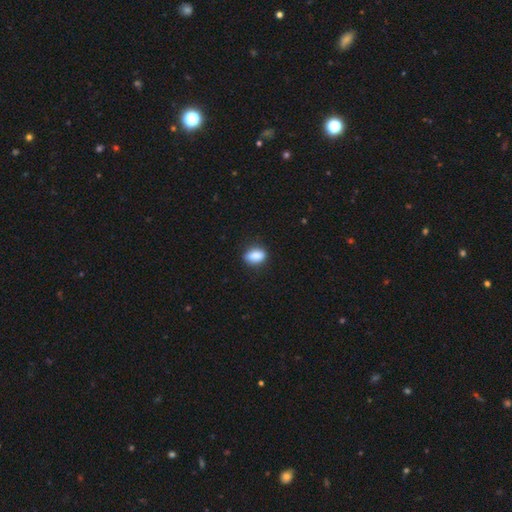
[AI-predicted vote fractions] Smooth or featured?
  - smooth: 87% *
  - star or artifact: 8%
  - featured or disk: 5%
How rounded?
  - in between: 82% *
  - round: 13%
  - cigar-shaped: 5%
Merging?
  - none: 84% *
  - minor disturbance: 13%
  - major disturbance: 3%
  - merger: 1%